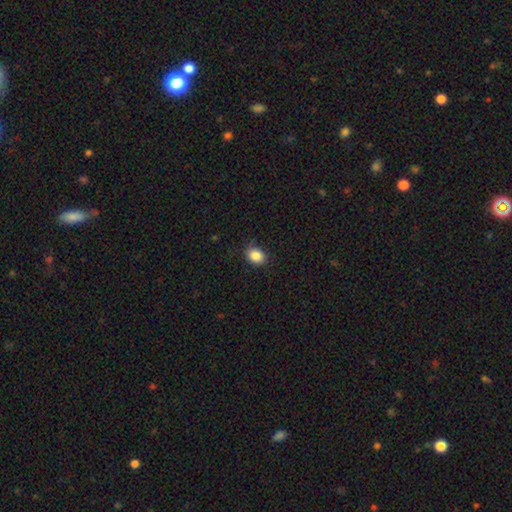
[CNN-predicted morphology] A smooth galaxy with no disk features (86%) that is in between round and cigar-shaped (56%).

Vote fractions:
- Smooth or featured? smooth: 86% / star or artifact: 9% / featured or disk: 5%
- How rounded? in between: 56% / round: 43% / cigar-shaped: 1%
- Merging? none: 79% / minor disturbance: 16% / major disturbance: 3% / merger: 1%